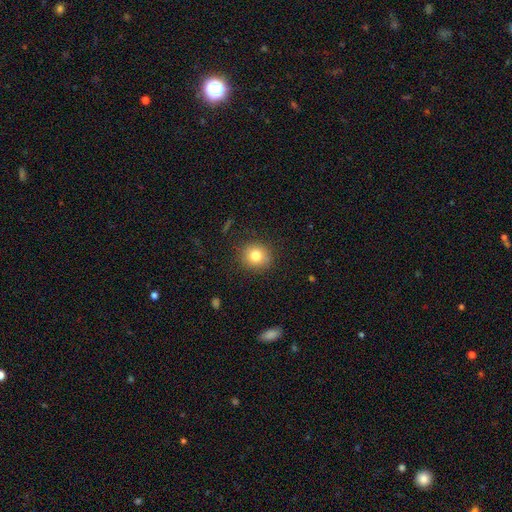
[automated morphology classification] Smooth or featured? Predicted: smooth (p=0.80). How rounded? Predicted: round (p=0.87). Merging? Predicted: none (p=0.88).